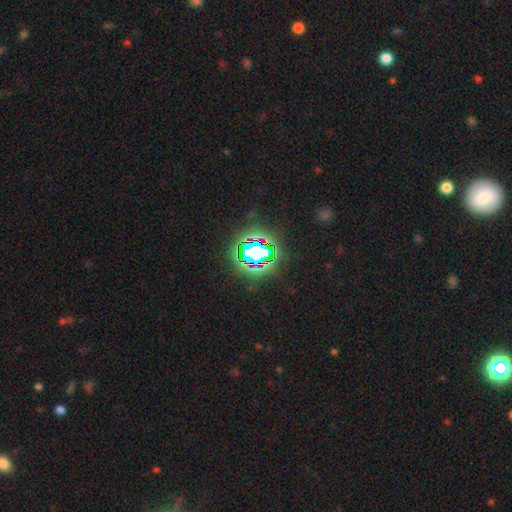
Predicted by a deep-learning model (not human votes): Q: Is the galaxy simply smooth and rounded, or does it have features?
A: star or artifact — 81%.